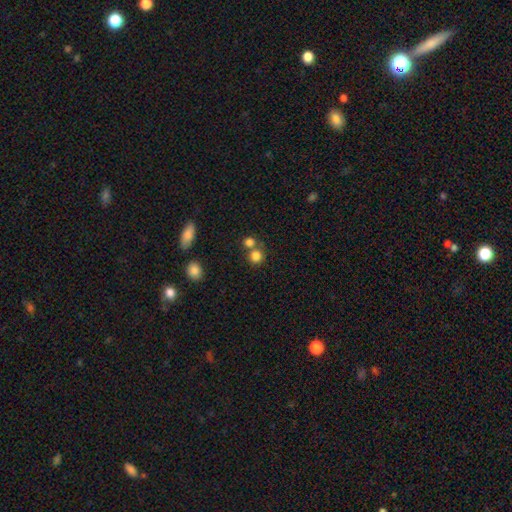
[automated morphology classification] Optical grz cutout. It shows a smooth galaxy with no disk features (81%) that is round (87%). Merging: none (56%).